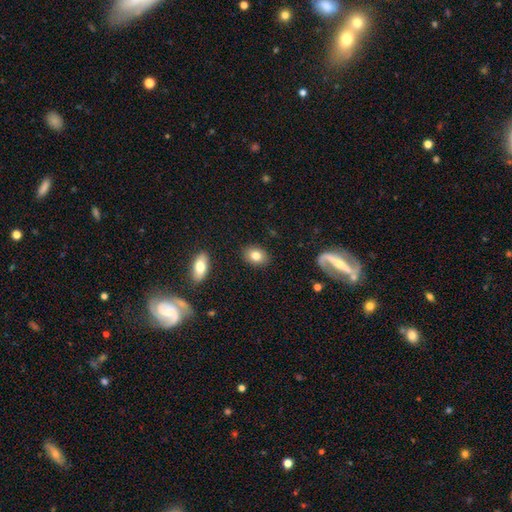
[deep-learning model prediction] This appears to be a smooth galaxy with no disk features (81%) that is in between round and cigar-shaped (71%). Merging: none (88%).